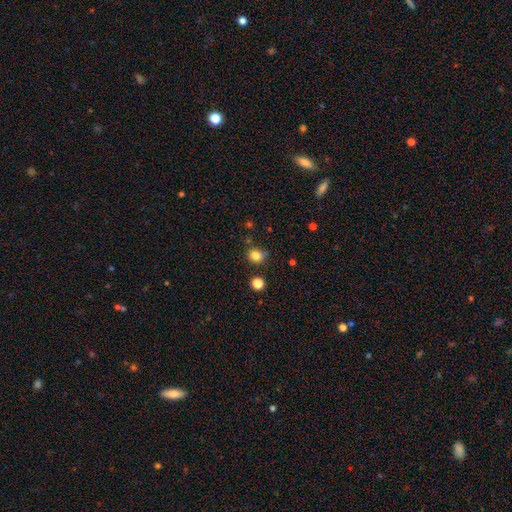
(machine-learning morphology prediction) smooth 82%, star or artifact 13%, featured or disk 5%. Down the decision tree: how rounded — round (80%); merging — none (72%).